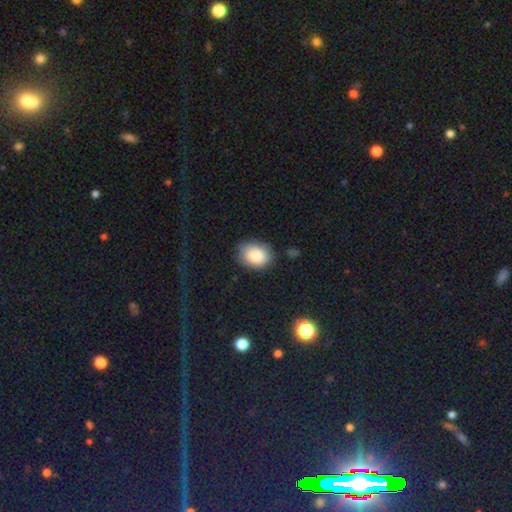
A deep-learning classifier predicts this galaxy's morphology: Smooth or featured: smooth — 85% (star or artifact — 8%)
How rounded: in between — 72% (round — 26%)
Merging: none — 77% (minor disturbance — 17%)